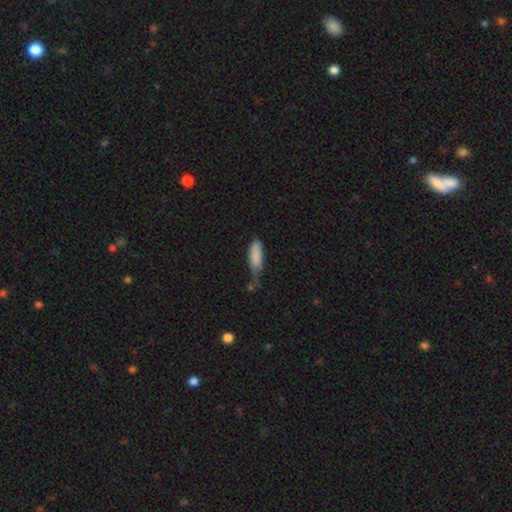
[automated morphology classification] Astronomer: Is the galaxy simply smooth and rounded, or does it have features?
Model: smooth — 85%.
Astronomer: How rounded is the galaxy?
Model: in between — 63%.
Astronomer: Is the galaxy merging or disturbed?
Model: minor disturbance — 39% (runner-up: none, 35%).